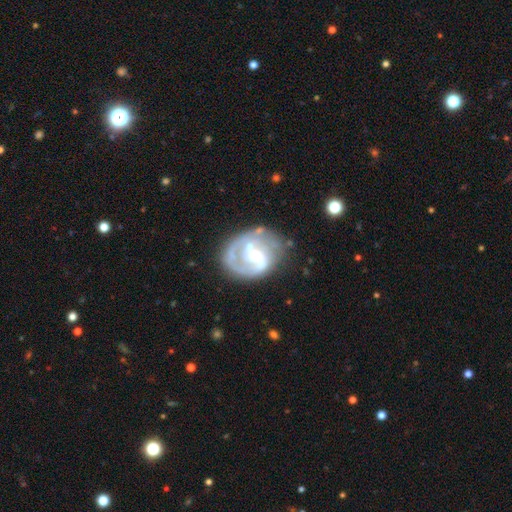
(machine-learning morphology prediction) This appears to be a featured or disk galaxy (78%) with no bar (60%), 2 (38%) tight (41%) spiral arms (81%) and a small central bulge (52%). Merging: none (54%).